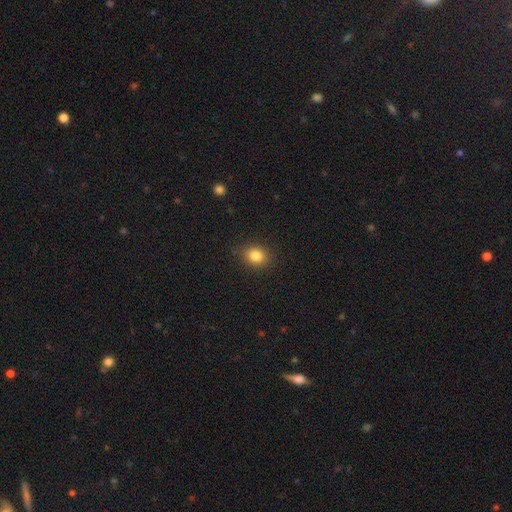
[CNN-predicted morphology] A smooth galaxy with no disk features (84%) that is round (54%). Merging: none (85%).